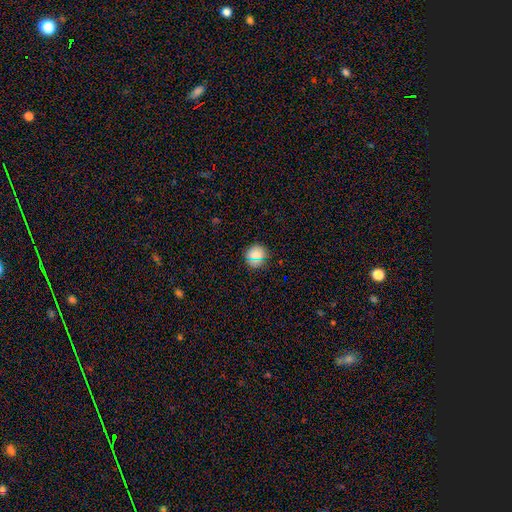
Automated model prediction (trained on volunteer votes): Smooth or featured?
  - smooth: 77% *
  - star or artifact: 17%
  - featured or disk: 6%
How rounded?
  - round: 91% *
  - in between: 8%
  - cigar-shaped: 1%
Merging?
  - none: 88% *
  - minor disturbance: 8%
  - major disturbance: 2%
  - merger: 1%